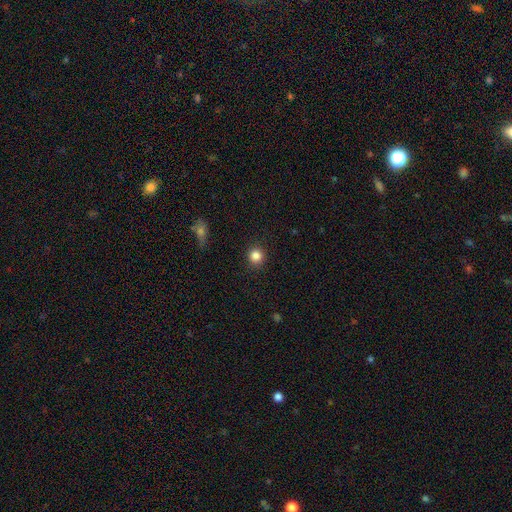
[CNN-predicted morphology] smooth-or-featured: smooth: 85% | star or artifact: 11% | featured or disk: 4%
  how-rounded: round: 93% | in between: 6% | cigar-shaped: 1%
  merging: none: 91% | minor disturbance: 6% | major disturbance: 2% | merger: 1%